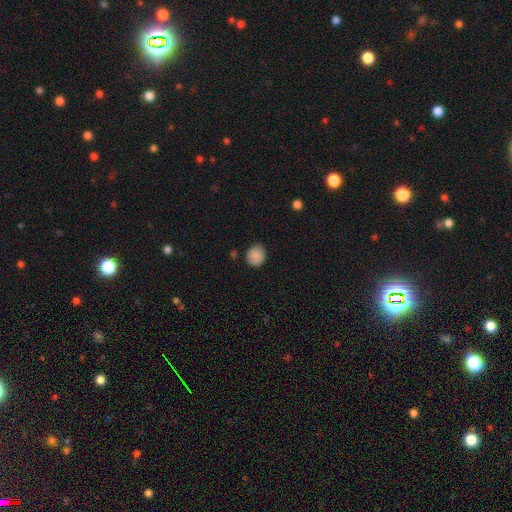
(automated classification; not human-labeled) This is clearly a smooth galaxy (88%). How rounded: likely round (77%). Merging: clearly none (85%).